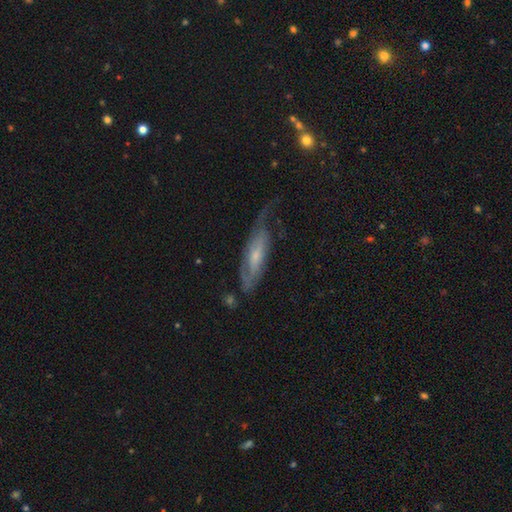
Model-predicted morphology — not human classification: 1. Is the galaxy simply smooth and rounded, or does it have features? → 66% featured or disk, 28% smooth, 6% star or artifact.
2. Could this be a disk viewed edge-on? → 73% no, 27% yes.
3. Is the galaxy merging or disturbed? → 46% none, 27% minor disturbance, 25% major disturbance, 3% merger.